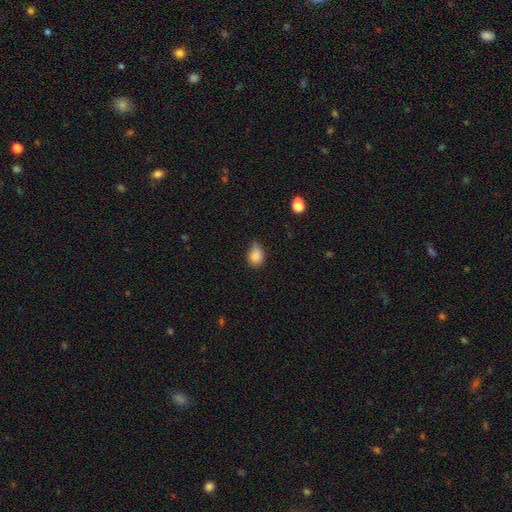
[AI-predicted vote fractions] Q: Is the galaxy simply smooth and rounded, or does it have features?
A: smooth — 86%.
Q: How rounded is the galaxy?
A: in between — 65%.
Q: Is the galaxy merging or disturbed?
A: none — 50%.